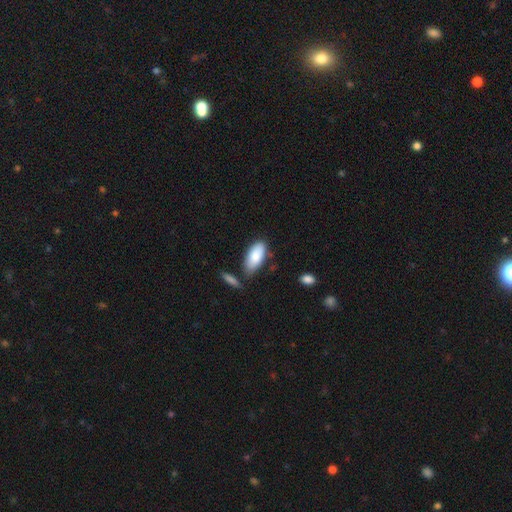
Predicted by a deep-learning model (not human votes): smooth_or_featured: smooth (p=0.85) [alt: featured or disk p=0.10]
how_rounded: in between (p=0.90) [alt: cigar-shaped p=0.08]
merging: none (p=0.65) [alt: minor disturbance p=0.19]